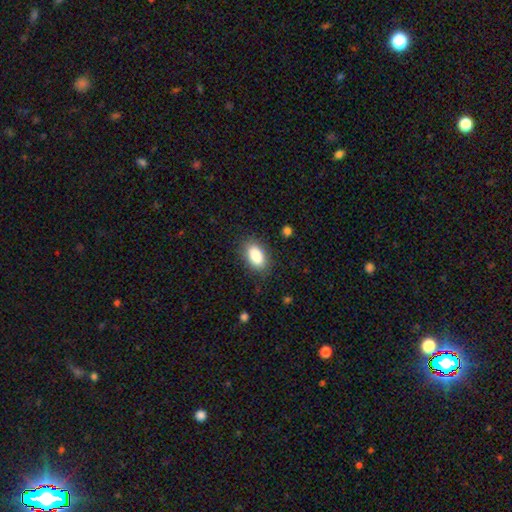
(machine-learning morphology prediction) smooth 87%, star or artifact 7%, featured or disk 6%. Down the decision tree: how rounded — in between (91%); merging — none (84%).